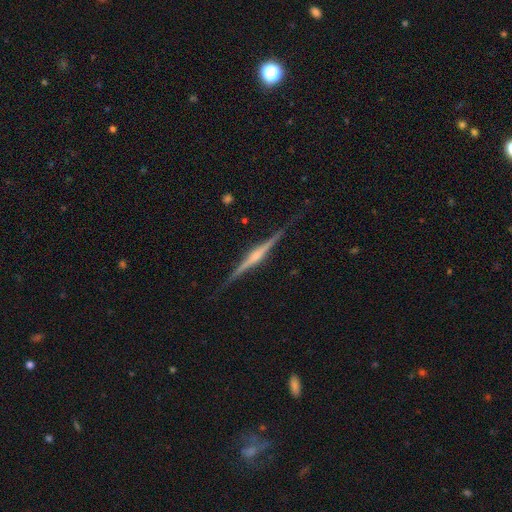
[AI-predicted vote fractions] Overall: featured or disk (85%). Edge-on disk: yes (98%). Edge-on bulge: rounded (80%). Merging: none (88%).